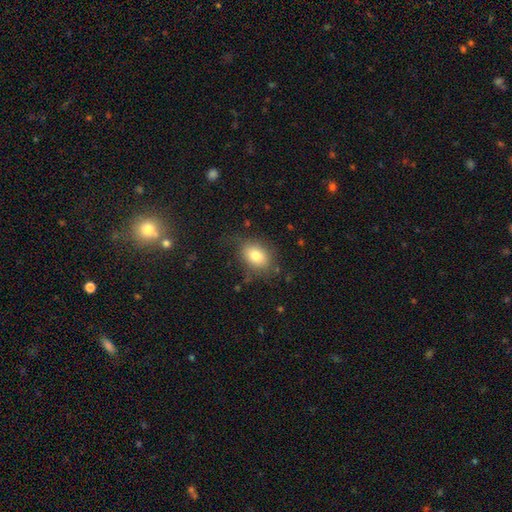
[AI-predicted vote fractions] The model was most divided on "how rounded": in between: 70%, round: 29%, cigar-shaped: 1%. More confident: smooth or featured — smooth (80%); merging — none (74%).